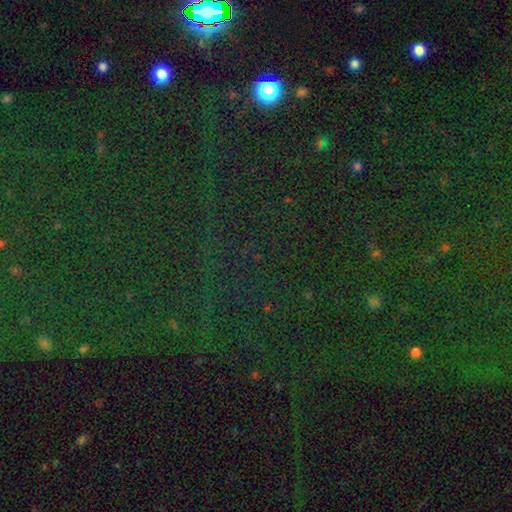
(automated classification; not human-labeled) This appears to be a star or artifact, not a galaxy (80%).